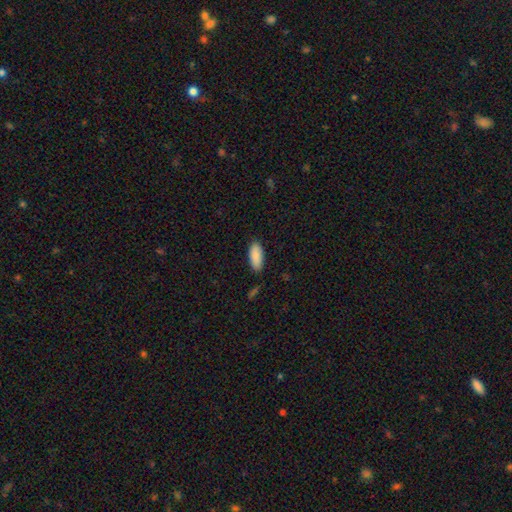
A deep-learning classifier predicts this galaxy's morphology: smooth_or_featured: smooth (p=0.90) [alt: star or artifact p=0.06]
how_rounded: in between (p=0.82) [alt: cigar-shaped p=0.17]
merging: none (p=0.86) [alt: minor disturbance p=0.10]